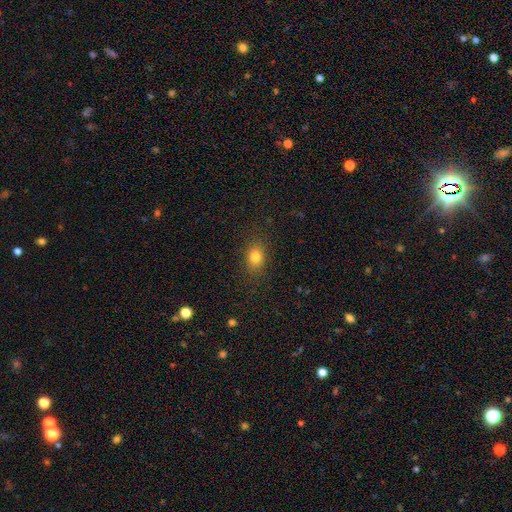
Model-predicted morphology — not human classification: Overall: smooth (78%). How rounded: in between (58%; round 40%). Merging: none (87%).